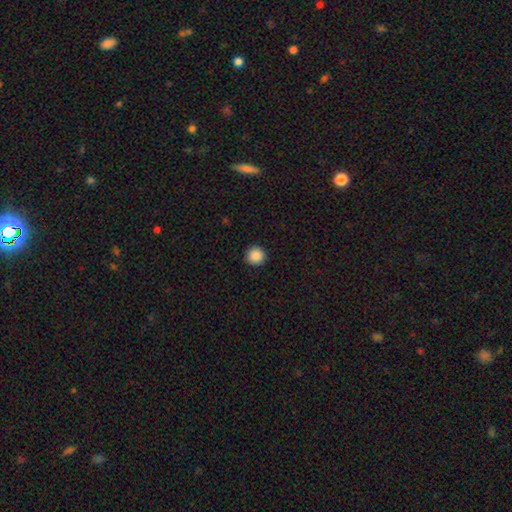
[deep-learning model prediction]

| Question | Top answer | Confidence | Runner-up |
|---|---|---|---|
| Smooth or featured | smooth | 88% | star or artifact (9%) |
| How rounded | round | 95% | in between (4%) |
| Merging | none | 92% | minor disturbance (5%) |